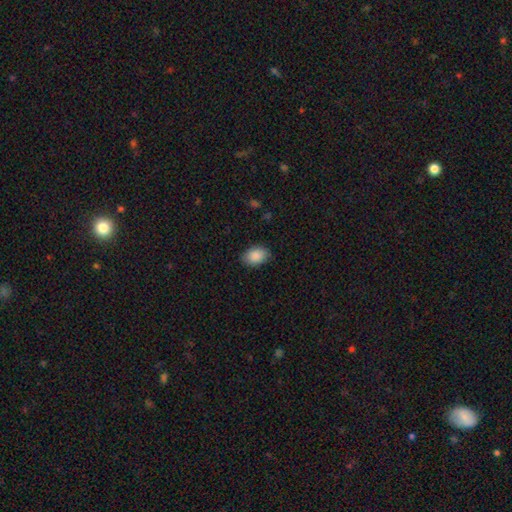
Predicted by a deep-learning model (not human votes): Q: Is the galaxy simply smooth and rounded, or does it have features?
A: smooth — 89%.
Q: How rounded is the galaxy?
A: in between — 83%.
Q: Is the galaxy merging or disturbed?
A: none — 84%.